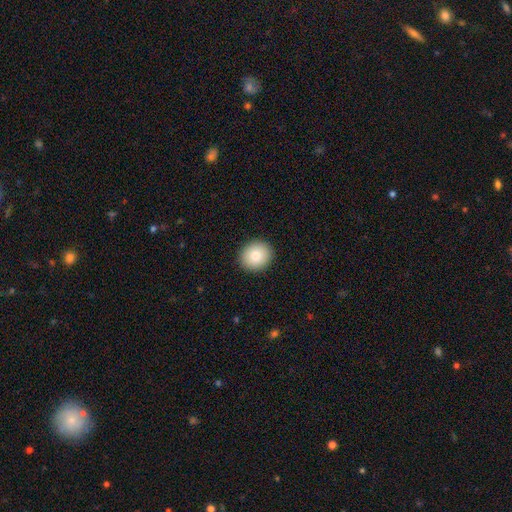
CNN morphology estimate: smooth_or_featured: smooth (p=0.80) [alt: featured or disk p=0.11]
how_rounded: round (p=0.81) [alt: in between p=0.18]
merging: none (p=0.92) [alt: minor disturbance p=0.06]